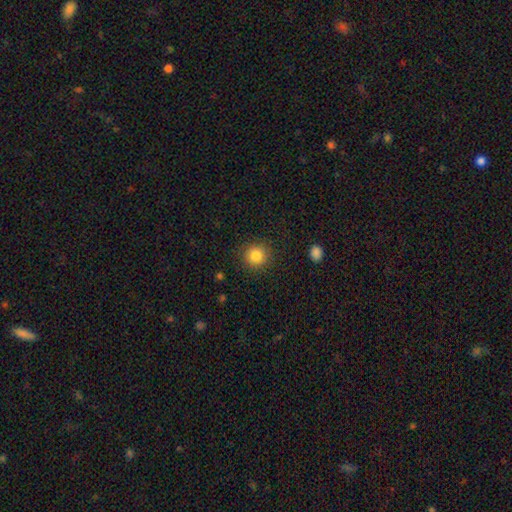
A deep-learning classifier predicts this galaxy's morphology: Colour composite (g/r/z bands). It shows a smooth galaxy with no disk features (84%) that is round (92%). Merging: none (89%).